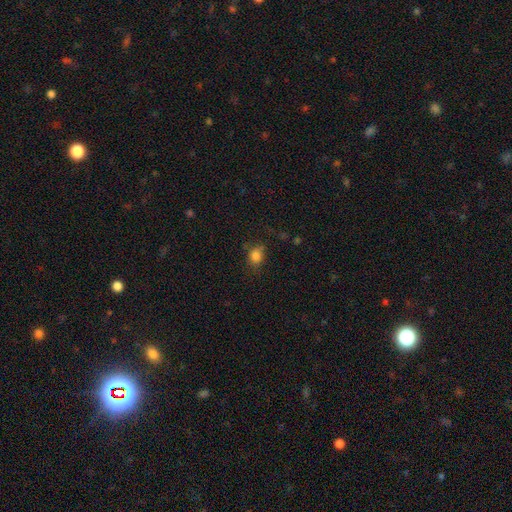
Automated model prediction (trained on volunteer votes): Smooth or featured: smooth — 82% (star or artifact — 11%)
How rounded: round — 53% (in between — 46%)
Merging: none — 66% (minor disturbance — 24%)